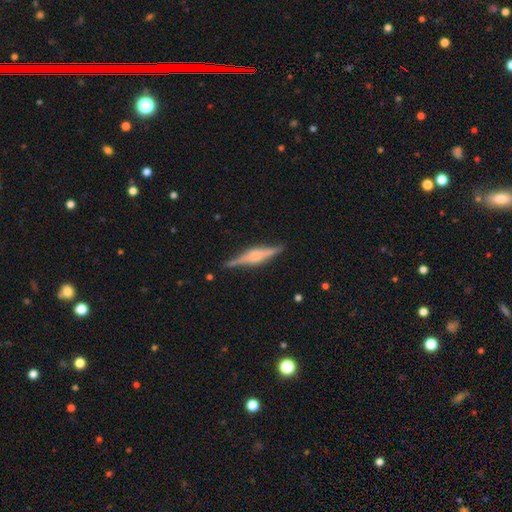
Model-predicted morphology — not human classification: A featured or disk galaxy (77%) viewed edge-on (97%) with a rounded central bulge (67%). Merging: none (86%).